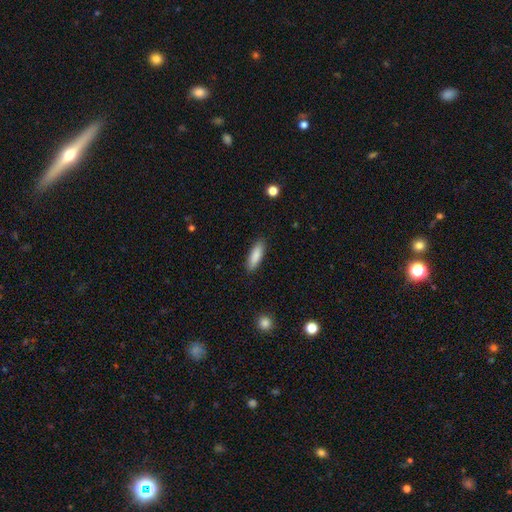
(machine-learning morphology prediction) The model was most divided on "how rounded": cigar-shaped: 50%, in between: 48%, round: 2%. More confident: merging — none (88%); smooth or featured — smooth (87%).